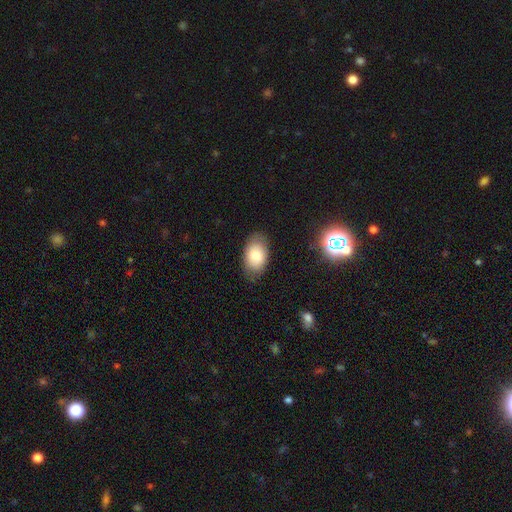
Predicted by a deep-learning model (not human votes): Smooth or featured? Predicted: smooth (p=0.78). How rounded? Predicted: in between (p=0.89). Merging? Predicted: none (p=0.82).